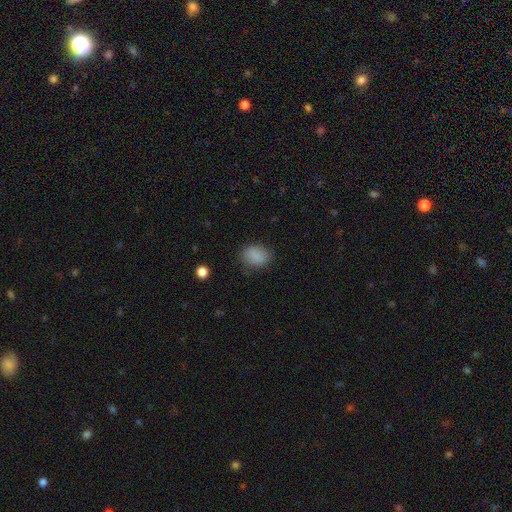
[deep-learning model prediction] Smooth or featured? Predicted: smooth (p=0.86). How rounded? Predicted: in between (p=0.64). Merging? Predicted: none (p=0.78).